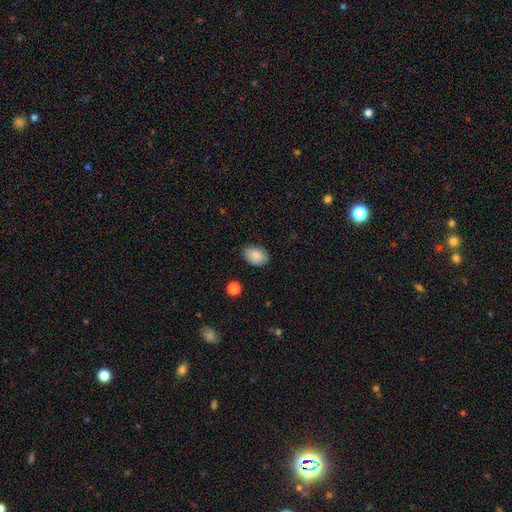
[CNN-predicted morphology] type=smooth (87%); roundness=in between (85%); merging=none (80%).